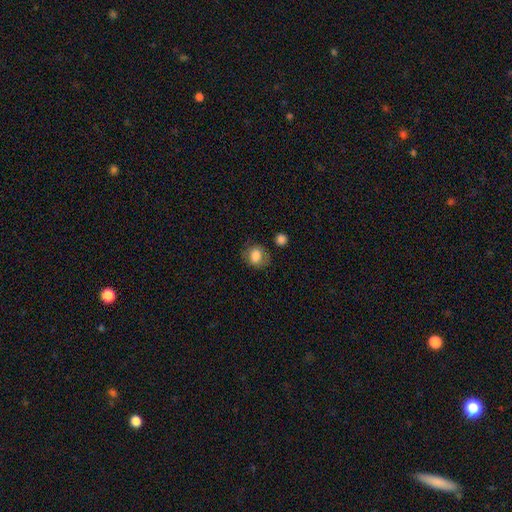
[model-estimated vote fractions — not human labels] Smooth or featured: smooth — 79% (featured or disk — 12%)
How rounded: round — 54% (in between — 45%)
Merging: none — 70% (minor disturbance — 19%)